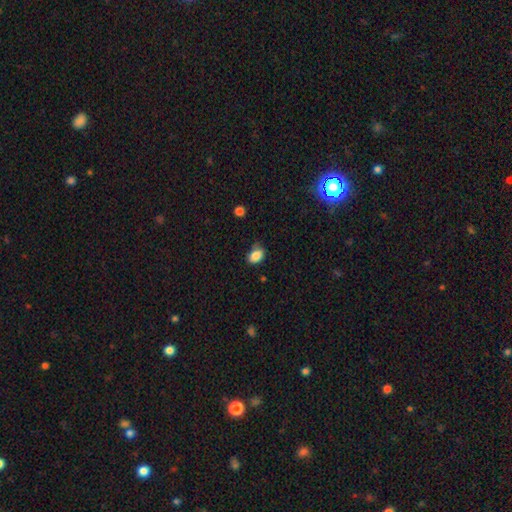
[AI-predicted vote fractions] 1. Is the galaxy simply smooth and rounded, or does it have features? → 85% smooth, 9% star or artifact, 5% featured or disk.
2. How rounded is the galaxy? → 74% in between, 25% round, 1% cigar-shaped.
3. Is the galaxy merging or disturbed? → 61% none, 31% minor disturbance, 6% major disturbance, 3% merger.